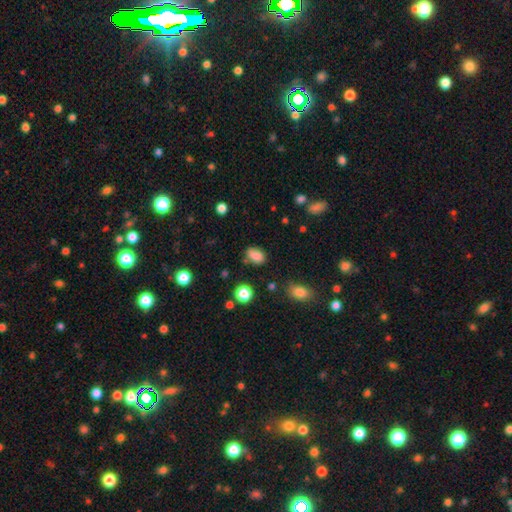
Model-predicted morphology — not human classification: smooth 83%, star or artifact 11%, featured or disk 6%. Down the decision tree: how rounded — in between (81%); merging — none (67%).